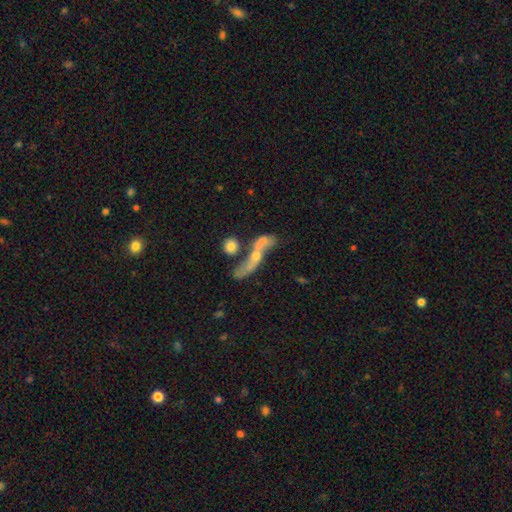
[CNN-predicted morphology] featured or disk 54%, smooth 34%, star or artifact 12%. Down the decision tree: edge-on disk — no (67%); merging — merger (43%).